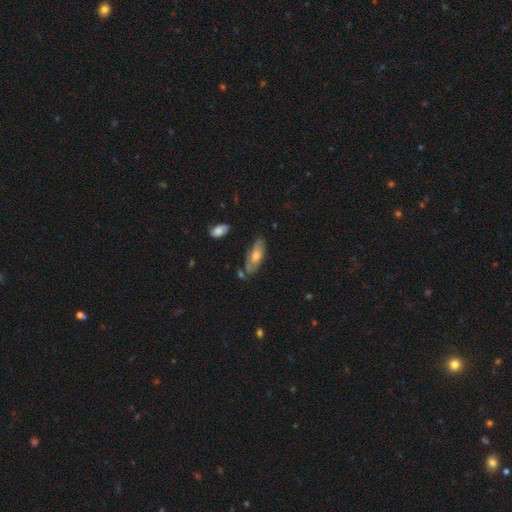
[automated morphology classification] Smooth or featured: featured or disk — 47% (smooth — 45%)
Merging: none — 65% (minor disturbance — 23%)